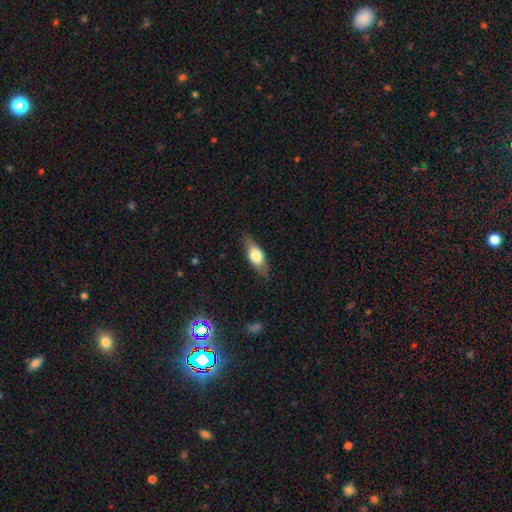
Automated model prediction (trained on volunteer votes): Q: Smooth or featured?
A: smooth (60%); runner-up: featured or disk (33%)
Q: How rounded?
A: in between (73%); runner-up: cigar-shaped (21%)
Q: Merging?
A: none (79%); runner-up: minor disturbance (16%)